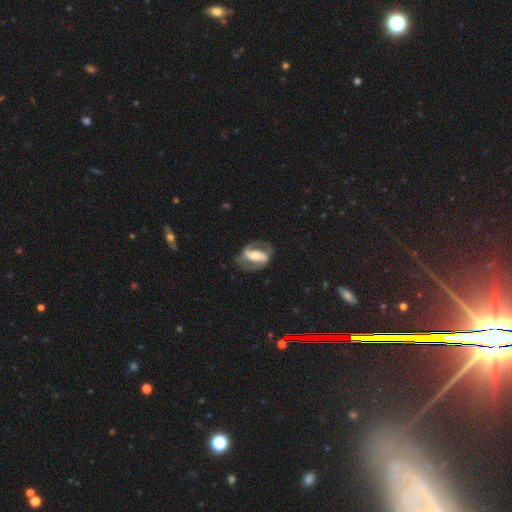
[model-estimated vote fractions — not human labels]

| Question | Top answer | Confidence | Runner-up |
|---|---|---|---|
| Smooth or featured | featured or disk | 82% | smooth (13%) |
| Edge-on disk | no | 94% | yes (6%) |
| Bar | strong | 65% | weak (22%) |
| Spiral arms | yes | 85% | no (15%) |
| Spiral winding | medium | 48% | tight (30%) |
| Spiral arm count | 2 | 89% | can't tell (5%) |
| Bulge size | moderate | 56% | small (30%) |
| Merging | none | 77% | minor disturbance (13%) |